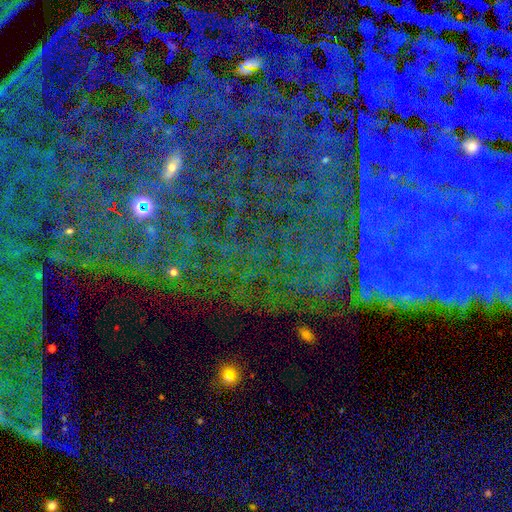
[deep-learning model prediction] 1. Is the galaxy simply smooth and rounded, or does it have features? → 81% star or artifact, 10% featured or disk, 9% smooth.